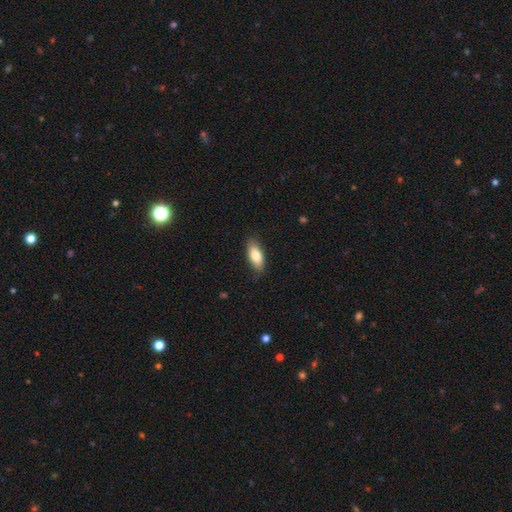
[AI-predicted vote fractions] A smooth galaxy with no disk features (78%) that is in between round and cigar-shaped (81%). Merging: none (83%).